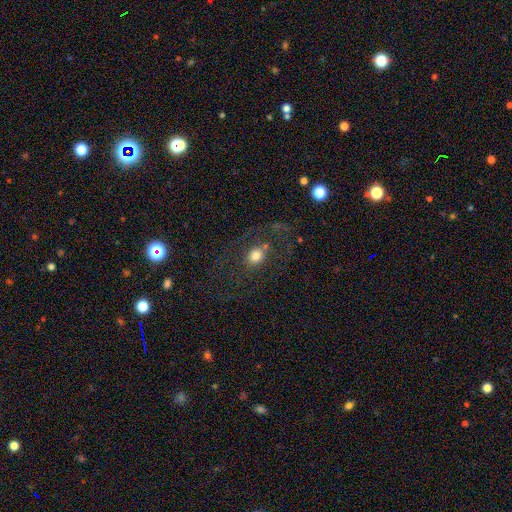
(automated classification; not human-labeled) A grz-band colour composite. It shows a smooth galaxy with no disk features (58%) that is round (57%). Merging: none (59%).